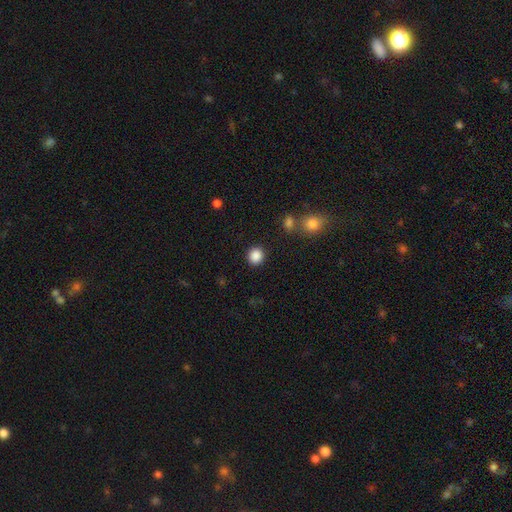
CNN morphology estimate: smooth 88%, star or artifact 9%, featured or disk 3%. Down the decision tree: how rounded — round (85%); merging — none (89%).